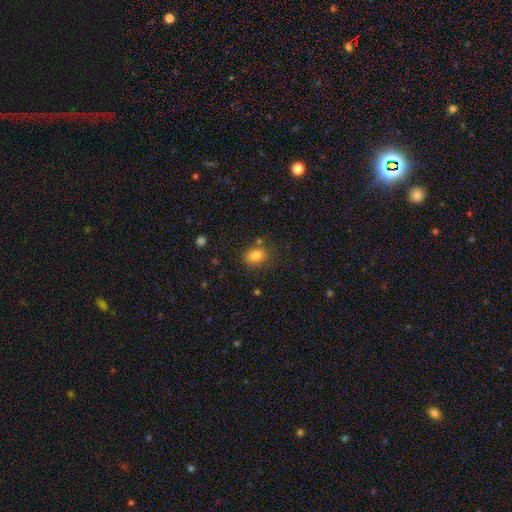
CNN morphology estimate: Overall: smooth (82%). How rounded: in between (65%; round 34%). Merging: none (77%).